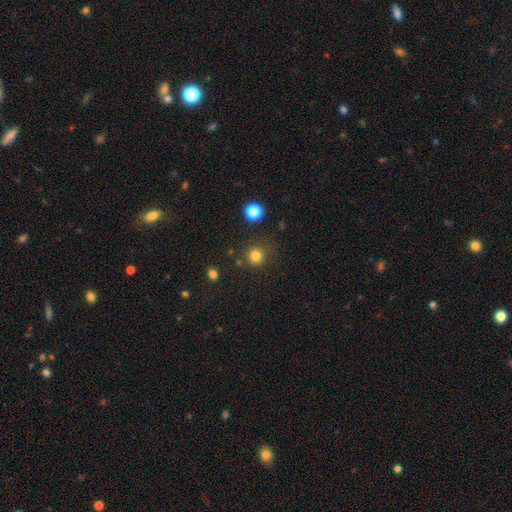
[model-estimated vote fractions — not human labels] This is clearly a smooth galaxy (81%). How rounded: clearly round (91%). Merging: likely none (79%).